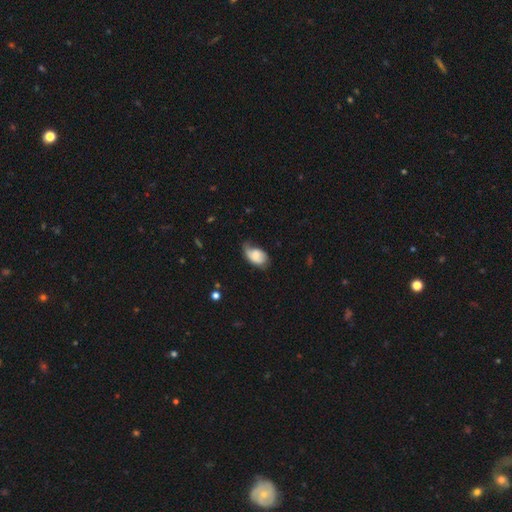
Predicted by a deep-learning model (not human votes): smooth-or-featured: smooth: 62% | featured or disk: 31% | star or artifact: 7%
  how-rounded: in between: 89% | round: 9% | cigar-shaped: 2%
  merging: minor disturbance: 43% | none: 33% | major disturbance: 22% | merger: 2%